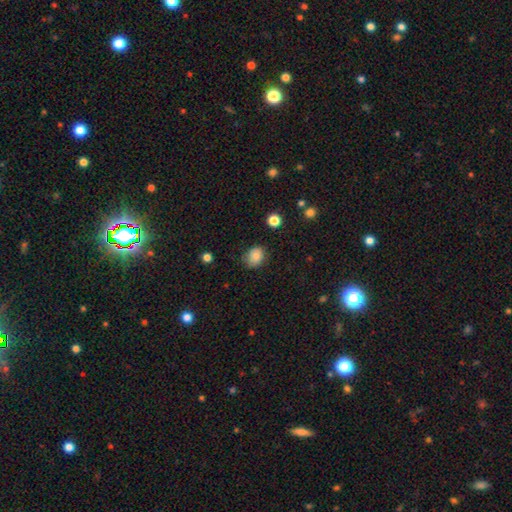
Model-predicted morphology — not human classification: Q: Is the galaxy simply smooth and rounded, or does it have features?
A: smooth — 82%.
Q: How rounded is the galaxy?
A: round — 52%.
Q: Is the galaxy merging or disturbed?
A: none — 75%.